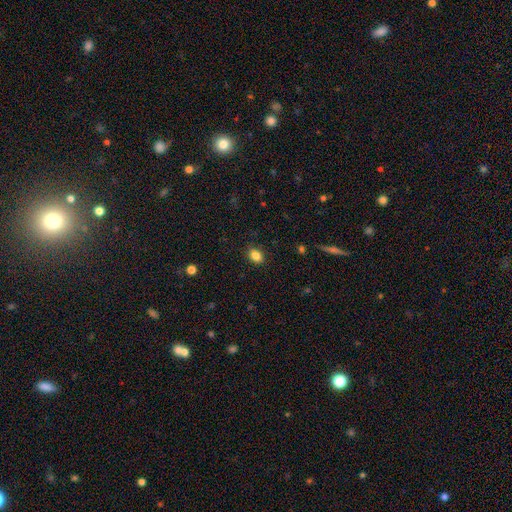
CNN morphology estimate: This is clearly a smooth galaxy (85%). How rounded: likely in between (65%). Merging: clearly none (88%).